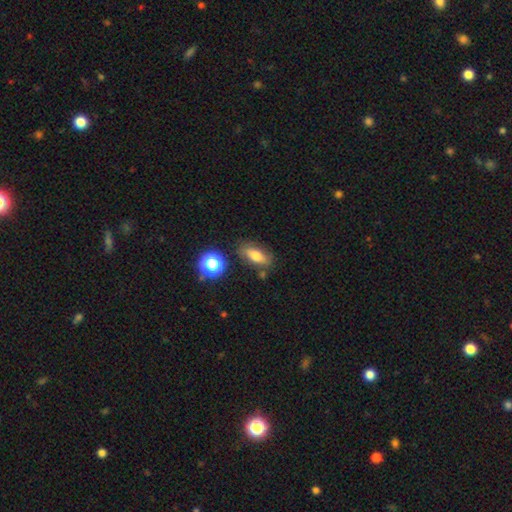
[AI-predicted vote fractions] Q: Smooth or featured?
A: smooth (69%); runner-up: featured or disk (19%)
Q: How rounded?
A: in between (72%); runner-up: cigar-shaped (19%)
Q: Merging?
A: none (76%); runner-up: minor disturbance (15%)